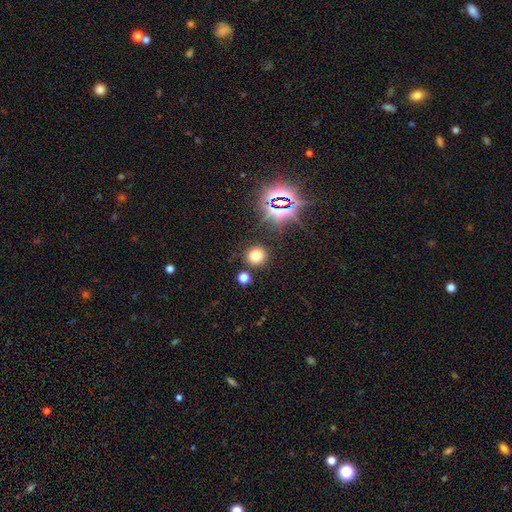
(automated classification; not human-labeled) Smooth or featured? Predicted: smooth (p=0.69). How rounded? Predicted: round (p=0.90). Merging? Predicted: none (p=0.85).